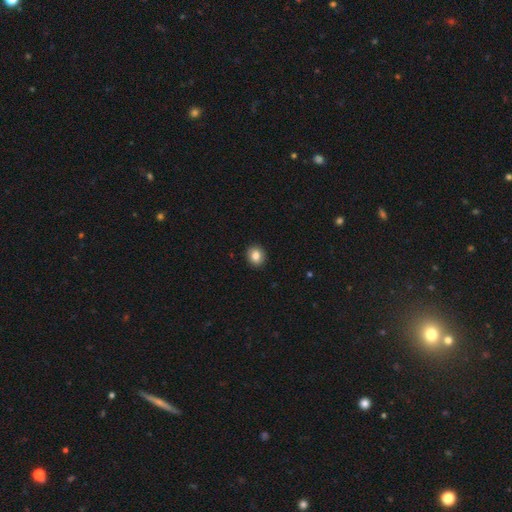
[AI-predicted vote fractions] smooth 84%, star or artifact 9%, featured or disk 7%. Down the decision tree: how rounded — round (73%); merging — none (91%).